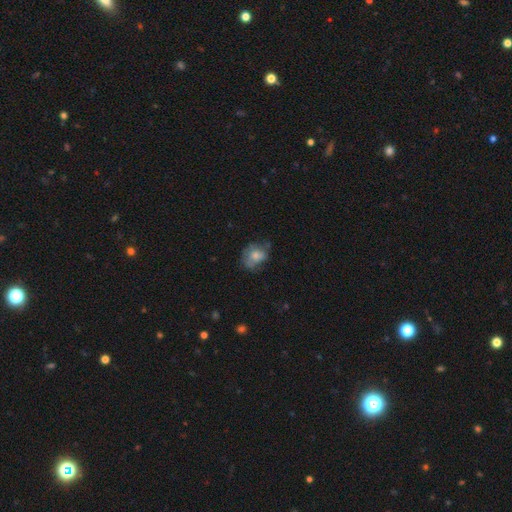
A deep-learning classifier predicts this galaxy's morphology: smooth 58%, featured or disk 32%, star or artifact 10%. Down the decision tree: how rounded — in between (54%); merging — none (44%).